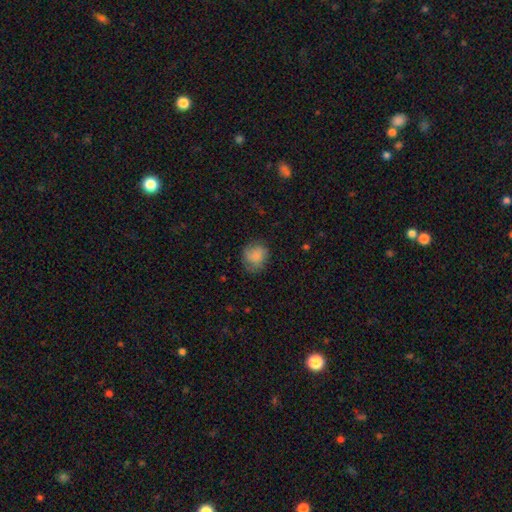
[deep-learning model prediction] Overall: smooth (76%). How rounded: round (77%). Merging: none (72%).